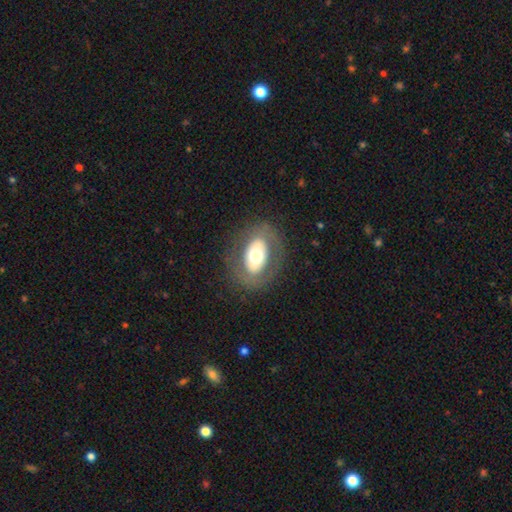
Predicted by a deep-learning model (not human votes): Overall: smooth (49%; featured or disk 44%). Merging: none (80%).